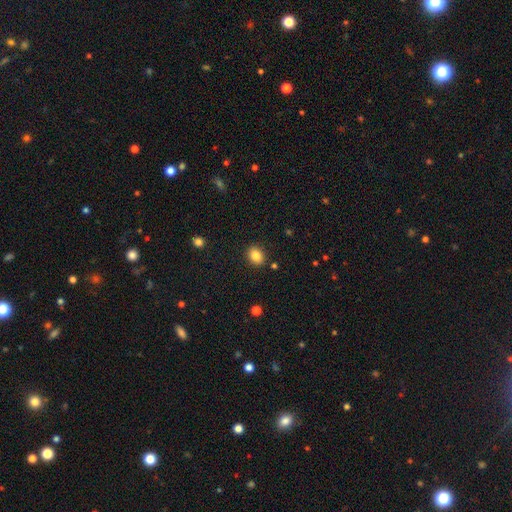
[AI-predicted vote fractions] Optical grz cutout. It shows a smooth galaxy with no disk features (85%) that is in between round and cigar-shaped (56%). Merging: none (88%).